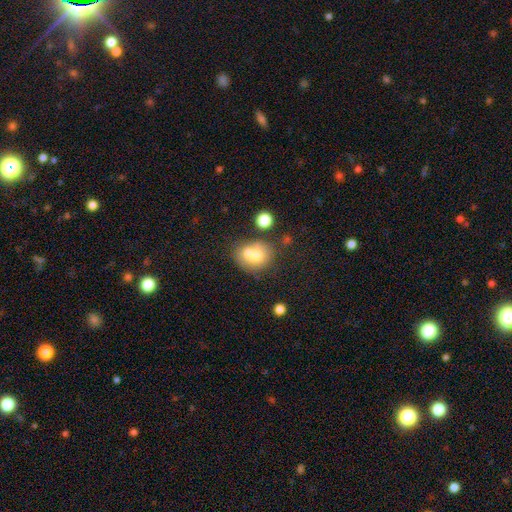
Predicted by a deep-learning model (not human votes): Q: Smooth or featured?
A: smooth (67%); runner-up: featured or disk (23%)
Q: How rounded?
A: round (67%); runner-up: in between (32%)
Q: Merging?
A: merger (52%); runner-up: none (35%)